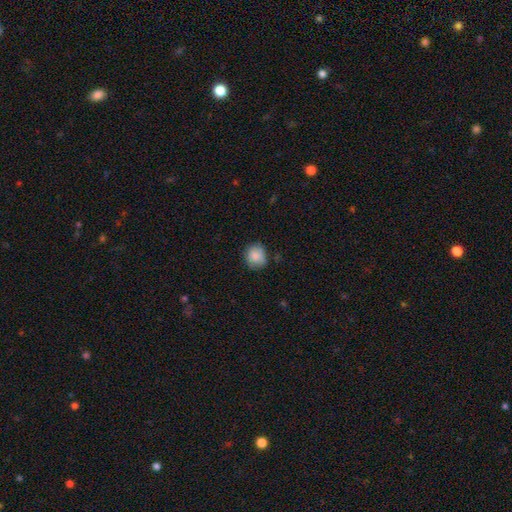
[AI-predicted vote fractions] This appears to be a smooth galaxy with no disk features (86%) that is round (81%). Merging: none (76%).